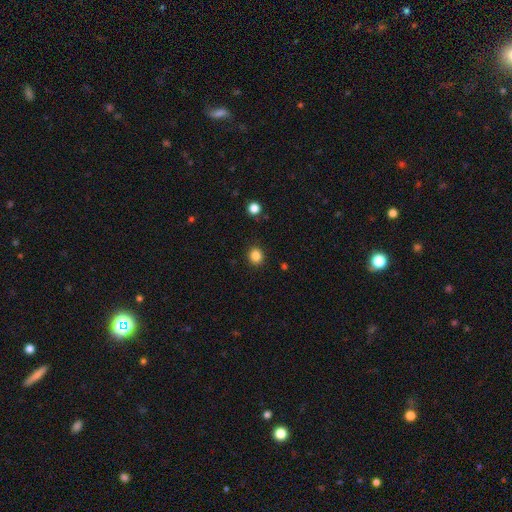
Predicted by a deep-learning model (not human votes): This is clearly a smooth galaxy (84%). How rounded: clearly round (82%). Merging: clearly none (90%).